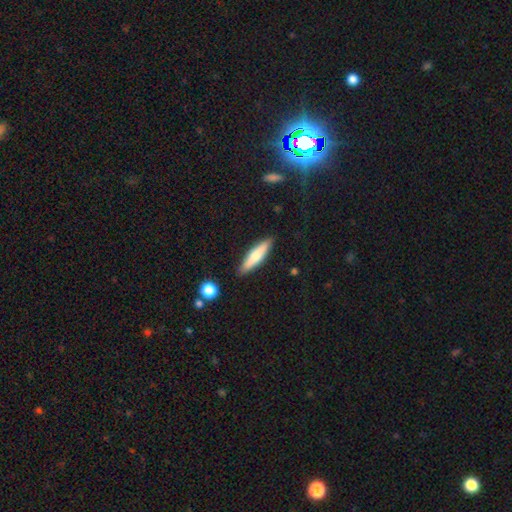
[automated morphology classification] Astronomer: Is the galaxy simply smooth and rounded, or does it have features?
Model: smooth — 63%.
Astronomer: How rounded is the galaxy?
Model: cigar-shaped — 76%.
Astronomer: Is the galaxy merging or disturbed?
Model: none — 87%.